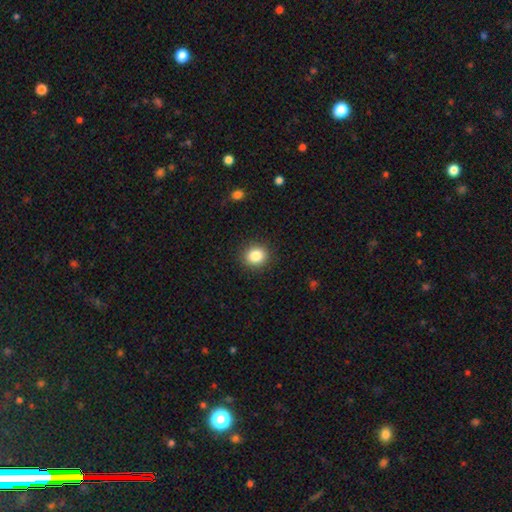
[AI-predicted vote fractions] Overall: smooth (85%). How rounded: round (80%). Merging: none (90%).